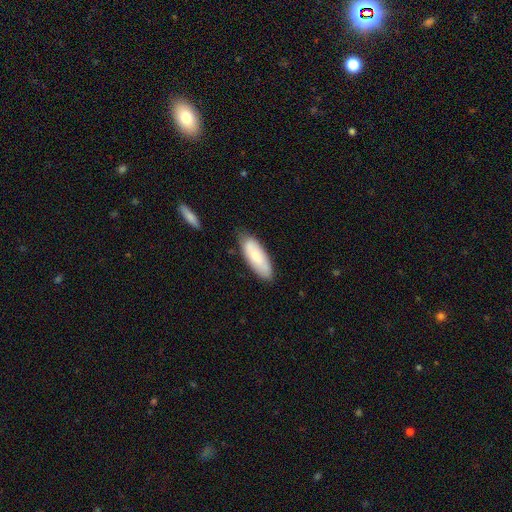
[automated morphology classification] The model was most divided on "how rounded": in between: 72%, cigar-shaped: 26%, round: 2%. More confident: smooth or featured — smooth (77%); merging — none (75%).